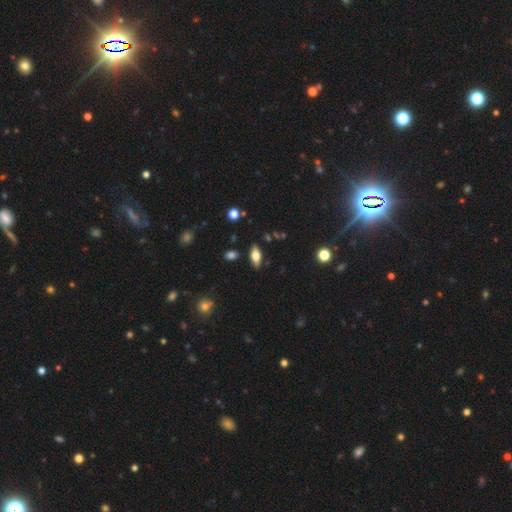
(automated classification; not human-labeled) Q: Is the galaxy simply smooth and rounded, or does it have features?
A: smooth — 64%.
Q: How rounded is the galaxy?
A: in between — 83%.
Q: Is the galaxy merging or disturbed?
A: none — 85%.